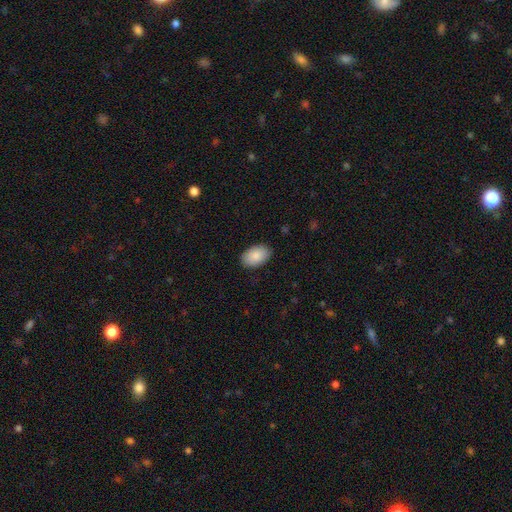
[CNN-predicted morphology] Smooth or featured? Predicted: smooth (p=0.89). How rounded? Predicted: in between (p=0.92). Merging? Predicted: none (p=0.88).